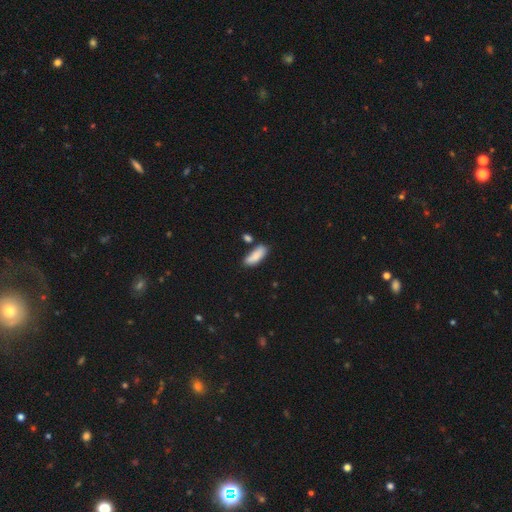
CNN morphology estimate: type=smooth (86%); roundness=in between (67%); merging=none (64%).